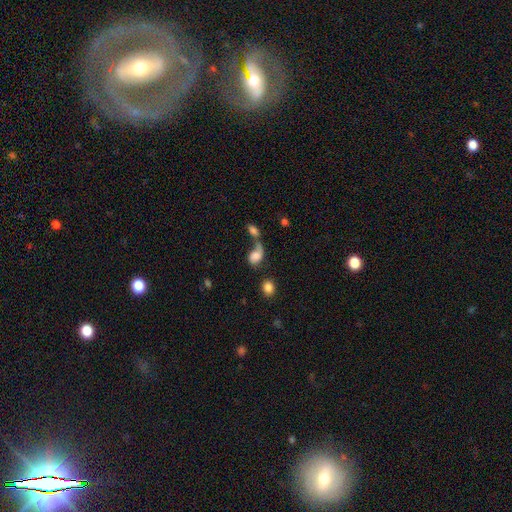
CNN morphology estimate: Q: Smooth or featured?
A: smooth (69%); runner-up: featured or disk (20%)
Q: How rounded?
A: in between (69%); runner-up: round (28%)
Q: Merging?
A: merger (51%); runner-up: none (20%)